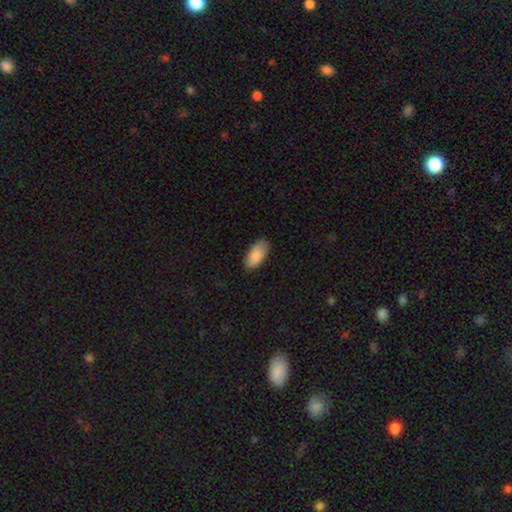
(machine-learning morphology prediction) A smooth galaxy with no disk features (87%) that is in between round and cigar-shaped (93%).

Vote fractions:
- Smooth or featured? smooth: 87% / featured or disk: 7% / star or artifact: 6%
- How rounded? in between: 93% / cigar-shaped: 5% / round: 2%
- Merging? none: 79% / minor disturbance: 17% / major disturbance: 3% / merger: 1%